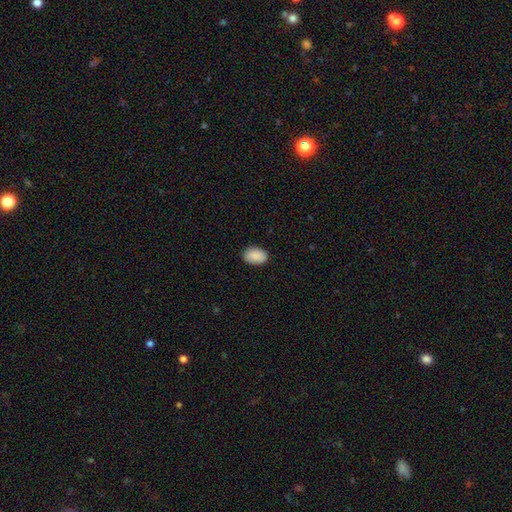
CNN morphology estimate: This is clearly a smooth galaxy (90%). How rounded: clearly in between (88%). Merging: clearly none (87%).